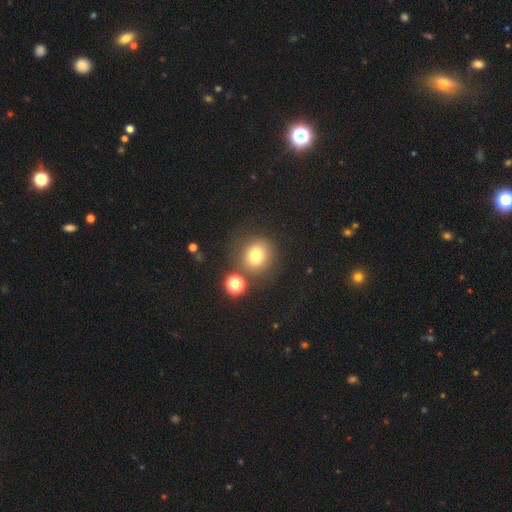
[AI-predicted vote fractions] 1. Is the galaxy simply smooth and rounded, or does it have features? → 75% smooth, 15% star or artifact, 10% featured or disk.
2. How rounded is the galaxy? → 86% round, 13% in between, 1% cigar-shaped.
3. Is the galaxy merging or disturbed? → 76% none, 11% minor disturbance, 9% merger, 5% major disturbance.